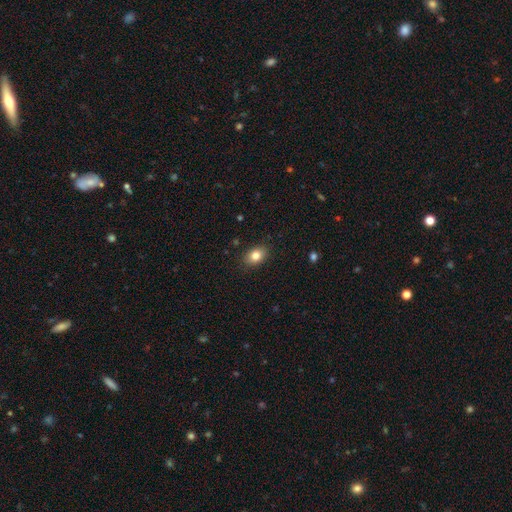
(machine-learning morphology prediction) A smooth galaxy with no disk features (83%) that is in between round and cigar-shaped (76%). Merging: none (87%).